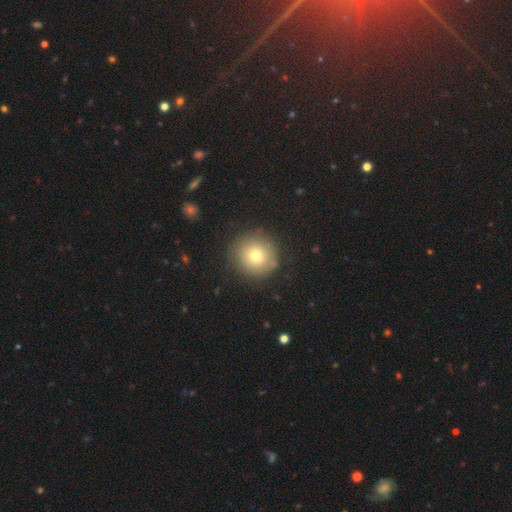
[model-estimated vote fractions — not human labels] smooth_or_featured: smooth (p=0.74) [alt: featured or disk p=0.14]
how_rounded: round (p=0.94) [alt: in between p=0.05]
merging: none (p=0.87) [alt: minor disturbance p=0.08]